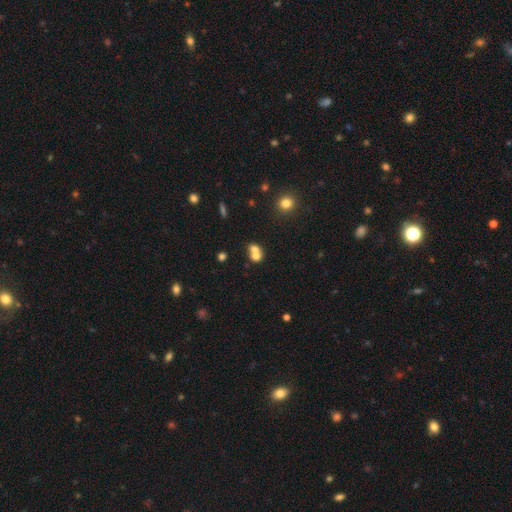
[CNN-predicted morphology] This is likely a smooth galaxy (68%). How rounded: likely round (63%). Merging: likely merger (65%).